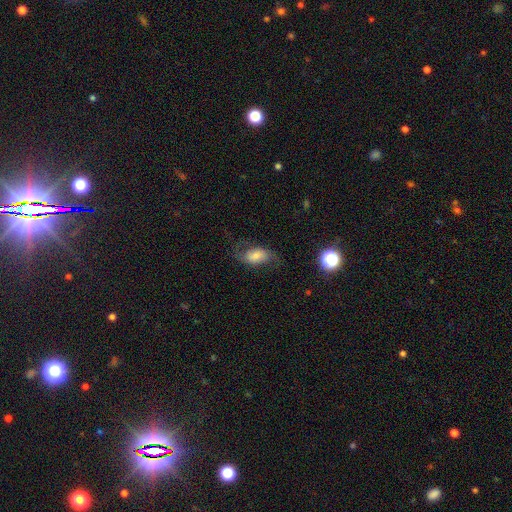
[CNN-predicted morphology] Overall: smooth (46%; featured or disk 43%). Merging: none (60%; minor disturbance 21%).